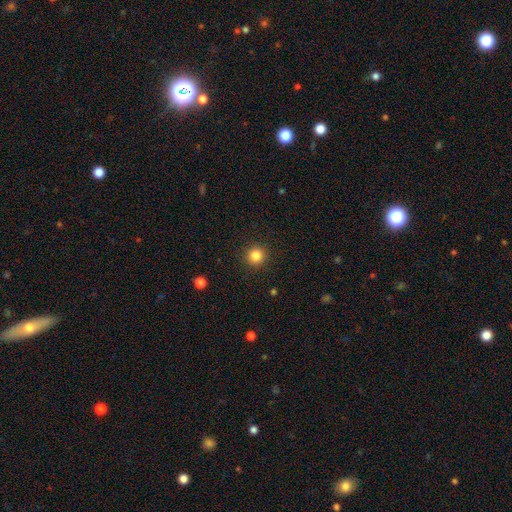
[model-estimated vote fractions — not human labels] The model was most divided on "smooth or featured": smooth: 84%, star or artifact: 12%, featured or disk: 4%. More confident: how rounded — round (95%); merging — none (92%).